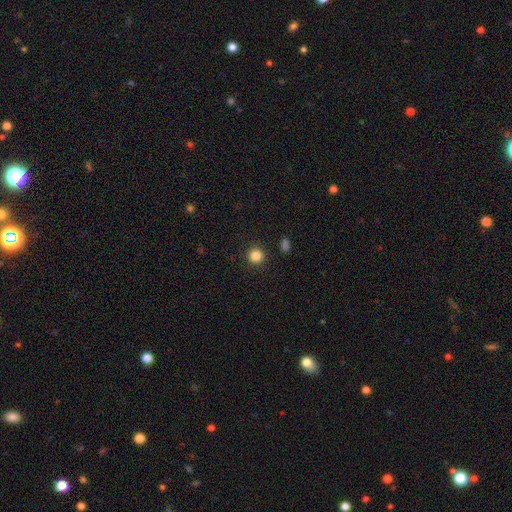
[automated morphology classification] type=smooth (85%); roundness=round (93%); merging=none (90%).